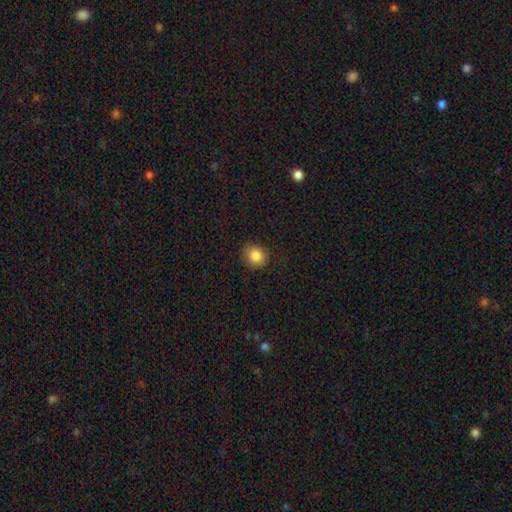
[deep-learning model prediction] Smooth or featured? Predicted: smooth (p=0.84). How rounded? Predicted: round (p=0.74). Merging? Predicted: none (p=0.84).